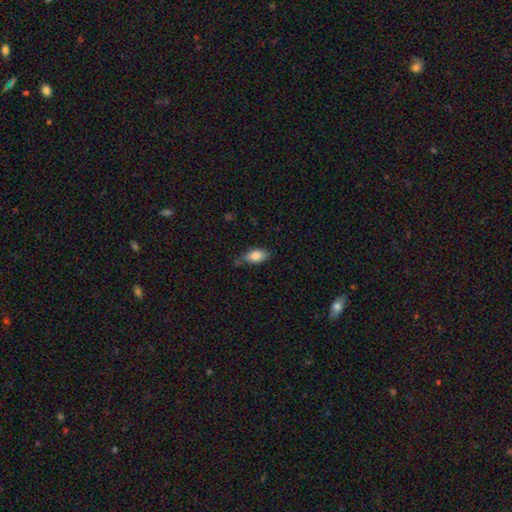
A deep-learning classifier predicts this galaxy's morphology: A smooth galaxy with no disk features (83%) that is in between round and cigar-shaped (90%).

Vote fractions:
- Smooth or featured? smooth: 83% / featured or disk: 10% / star or artifact: 7%
- How rounded? in between: 90% / cigar-shaped: 5% / round: 4%
- Merging? none: 63% / minor disturbance: 27% / major disturbance: 6% / merger: 4%